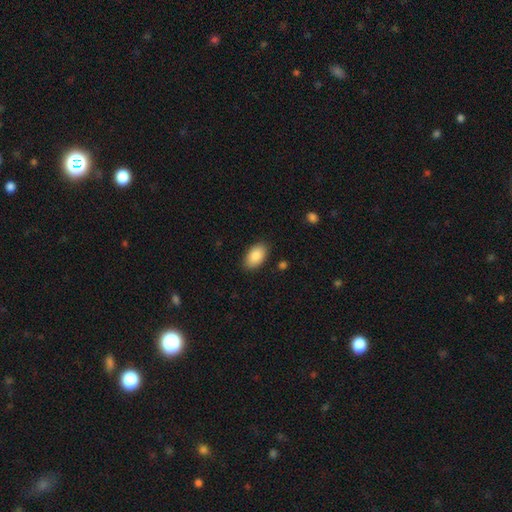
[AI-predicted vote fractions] Smooth or featured? smooth (88%)
How rounded? in between (94%)
Merging? none (87%)